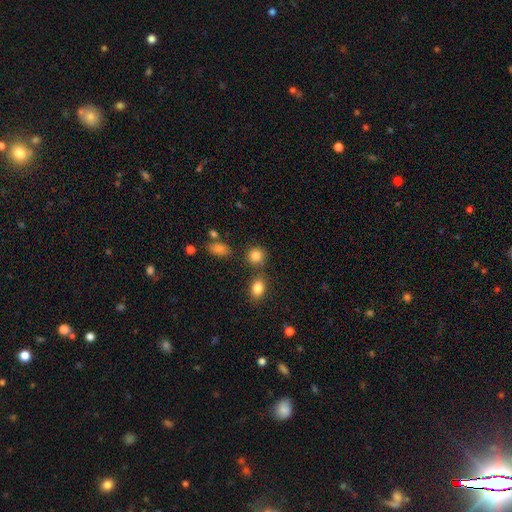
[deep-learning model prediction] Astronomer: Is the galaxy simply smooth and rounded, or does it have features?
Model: smooth — 84%.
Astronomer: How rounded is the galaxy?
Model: round — 80%.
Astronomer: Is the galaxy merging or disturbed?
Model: none — 71%.